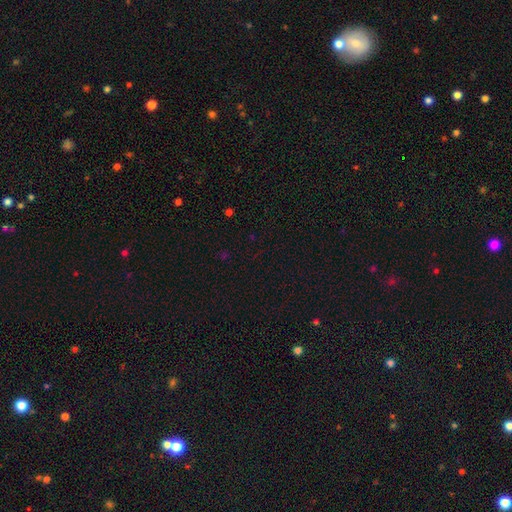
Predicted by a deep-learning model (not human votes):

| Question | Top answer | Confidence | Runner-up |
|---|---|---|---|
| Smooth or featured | star or artifact | 70% | smooth (23%) |